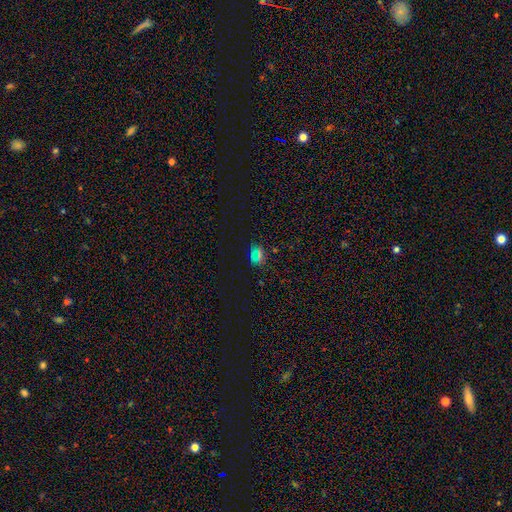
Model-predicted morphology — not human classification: type=smooth (58%); roundness=in between (62%); merging=none (81%).